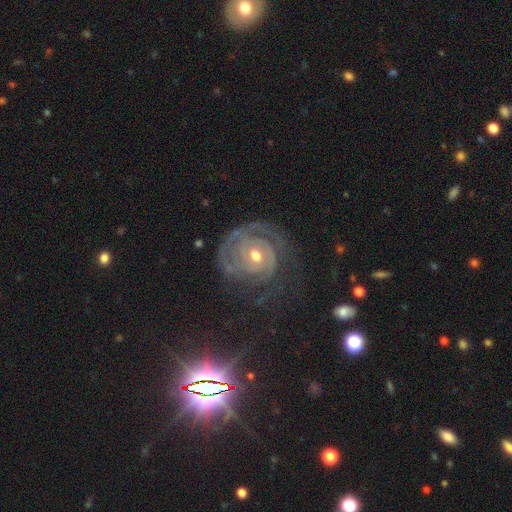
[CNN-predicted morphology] Smooth or featured?
  - featured or disk: 86% *
  - smooth: 7%
  - star or artifact: 7%
Edge-on disk?
  - no: 97% *
  - yes: 3%
Bar?
  - no: 64% *
  - weak: 28%
  - strong: 8%
Spiral arms?
  - yes: 96% *
  - no: 4%
Spiral winding?
  - tight: 79% *
  - medium: 17%
  - loose: 5%
Spiral arm count?
  - 2: 33% *
  - can't tell: 27%
  - 3: 17%
  - 1: 10%
  - 4: 7%
  - more than 4: 6%
Bulge size?
  - moderate: 64% *
  - small: 31%
  - large: 3%
  - none: 1%
  - dominant: 1%
Merging?
  - none: 67% *
  - minor disturbance: 18%
  - major disturbance: 14%
  - merger: 2%